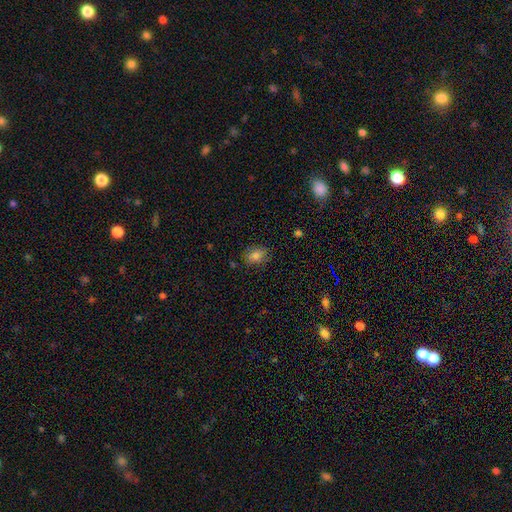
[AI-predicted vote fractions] Smooth or featured: smooth — 80% (star or artifact — 12%)
How rounded: in between — 59% (round — 39%)
Merging: none — 83% (minor disturbance — 13%)